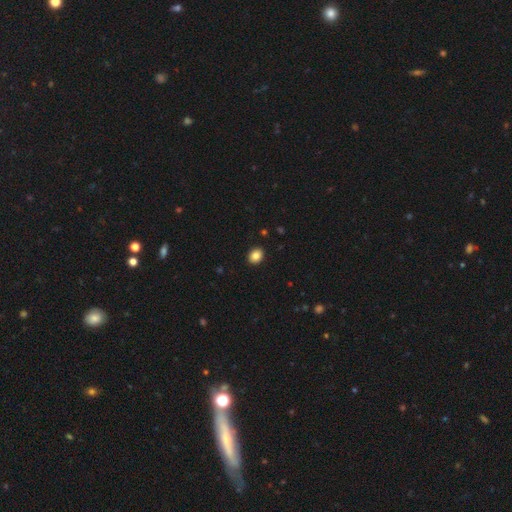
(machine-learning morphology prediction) Overall: smooth (87%). How rounded: round (54%; in between 45%). Merging: none (92%).